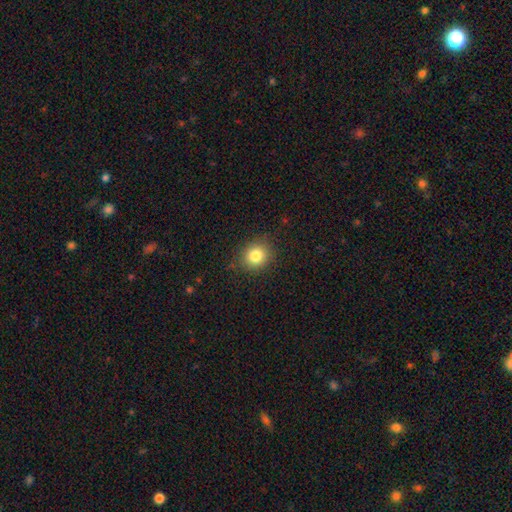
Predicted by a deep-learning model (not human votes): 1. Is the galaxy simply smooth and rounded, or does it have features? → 82% smooth, 11% star or artifact, 7% featured or disk.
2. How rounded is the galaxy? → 77% round, 22% in between, 1% cigar-shaped.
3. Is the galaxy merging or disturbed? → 86% none, 10% minor disturbance, 3% major disturbance, 1% merger.